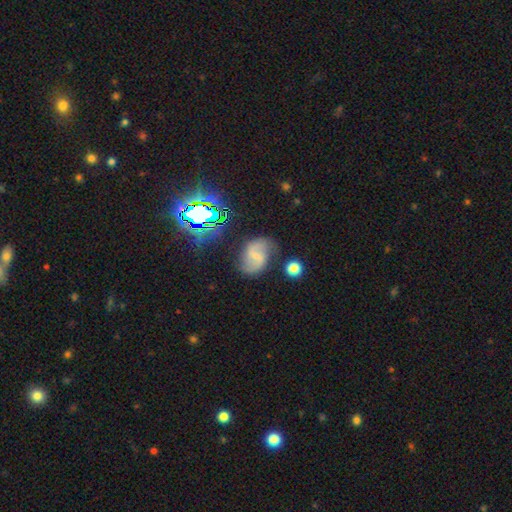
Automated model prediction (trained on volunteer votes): This appears to be a featured or disk galaxy (70%) with a weak bar (51%), 2 (89%) loose (55%) spiral arms (91%) and a small central bulge (57%). Merging: none (72%).